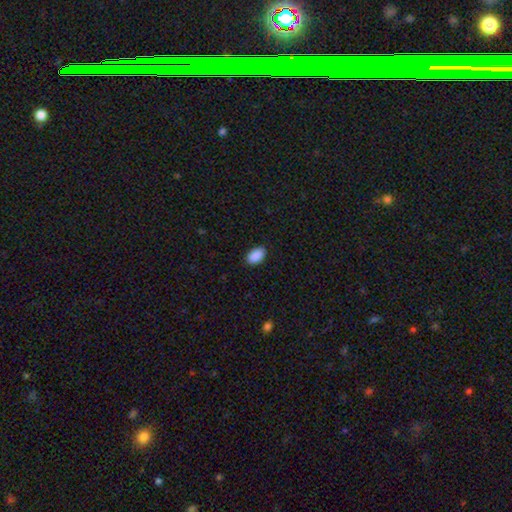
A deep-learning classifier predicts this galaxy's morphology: This appears to be a smooth galaxy with no disk features (91%) that is in between round and cigar-shaped (93%). Merging: none (87%).